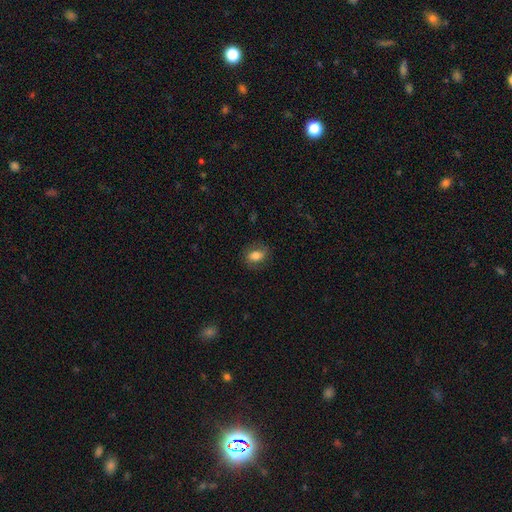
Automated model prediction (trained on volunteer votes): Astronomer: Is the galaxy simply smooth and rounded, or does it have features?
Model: smooth — 71%.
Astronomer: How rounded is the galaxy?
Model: in between — 70%.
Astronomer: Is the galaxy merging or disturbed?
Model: none — 77%.